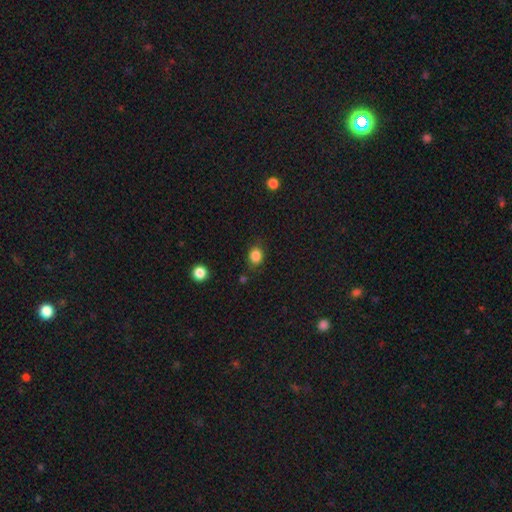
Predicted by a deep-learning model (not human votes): A smooth galaxy with no disk features (85%) that is round (58%).

Vote fractions:
- Smooth or featured? smooth: 85% / star or artifact: 11% / featured or disk: 4%
- How rounded? round: 58% / in between: 41% / cigar-shaped: 1%
- Merging? none: 81% / minor disturbance: 13% / major disturbance: 4% / merger: 2%